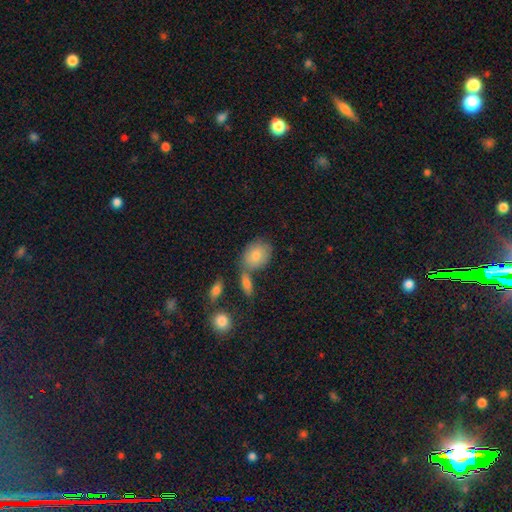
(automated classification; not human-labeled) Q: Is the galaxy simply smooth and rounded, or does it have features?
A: smooth — 77%.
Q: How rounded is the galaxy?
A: in between — 55%.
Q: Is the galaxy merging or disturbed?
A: none — 60%.